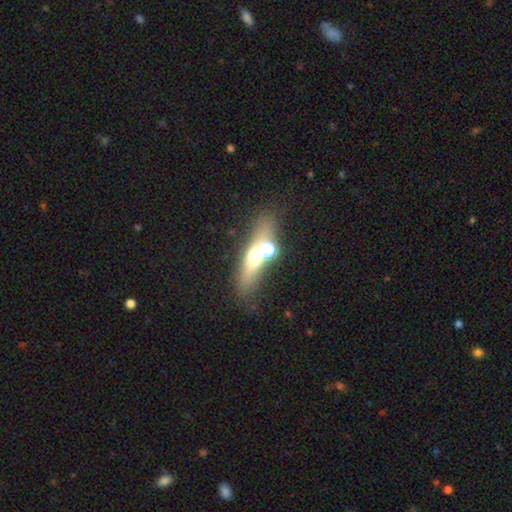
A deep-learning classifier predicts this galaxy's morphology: A smooth galaxy with no disk features (42%).

Vote fractions:
- Smooth or featured? smooth: 42% / featured or disk: 40% / star or artifact: 18%
- Merging? none: 66% / merger: 18% / minor disturbance: 10% / major disturbance: 6%